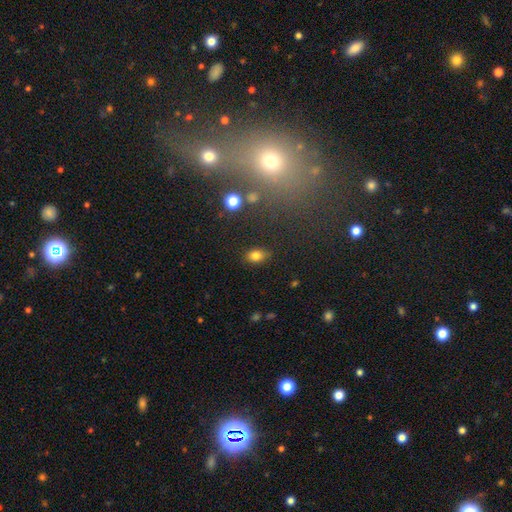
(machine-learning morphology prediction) Q: Smooth or featured?
A: smooth (80%); runner-up: star or artifact (13%)
Q: How rounded?
A: in between (75%); runner-up: round (24%)
Q: Merging?
A: none (82%); runner-up: minor disturbance (13%)